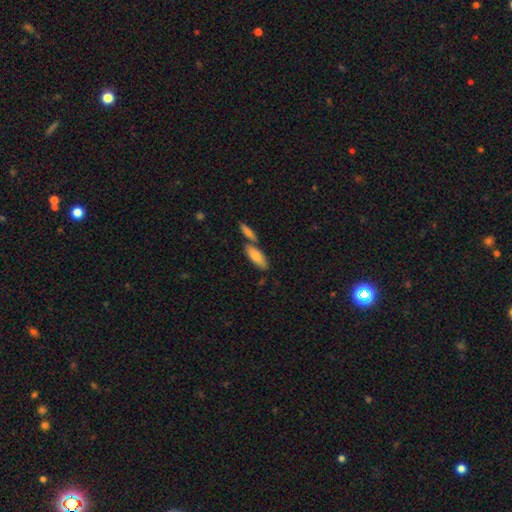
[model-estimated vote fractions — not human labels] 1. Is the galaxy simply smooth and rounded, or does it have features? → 79% smooth, 15% featured or disk, 6% star or artifact.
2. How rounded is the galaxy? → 74% in between, 23% cigar-shaped, 2% round.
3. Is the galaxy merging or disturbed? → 51% none, 34% merger, 11% minor disturbance, 3% major disturbance.